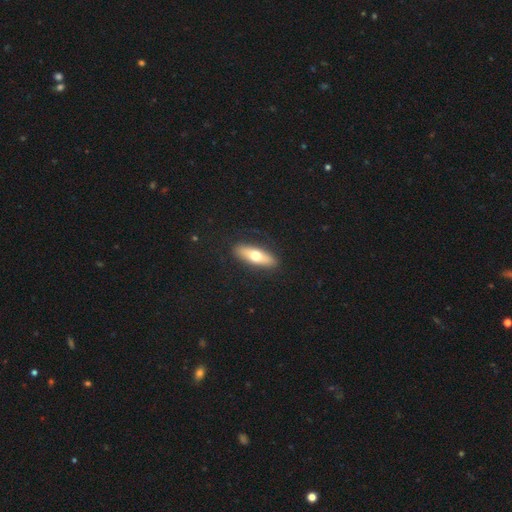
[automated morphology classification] smooth-or-featured: smooth: 61% | featured or disk: 34% | star or artifact: 6%
  how-rounded: in between: 50% | cigar-shaped: 47% | round: 3%
  merging: none: 88% | minor disturbance: 9% | major disturbance: 2% | merger: 1%